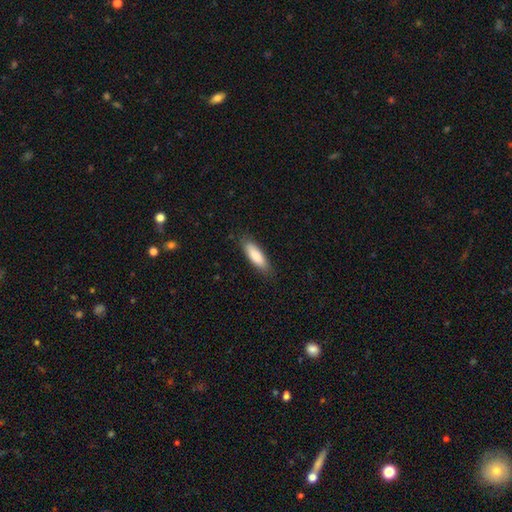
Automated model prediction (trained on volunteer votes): Q: Smooth or featured?
A: smooth (86%); runner-up: featured or disk (8%)
Q: How rounded?
A: in between (51%); runner-up: cigar-shaped (48%)
Q: Merging?
A: none (83%); runner-up: minor disturbance (13%)